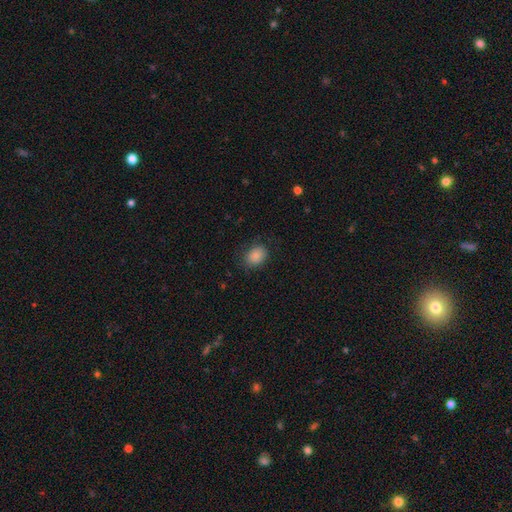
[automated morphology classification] Smooth or featured: smooth — 87% (star or artifact — 8%)
How rounded: in between — 63% (round — 36%)
Merging: none — 78% (minor disturbance — 16%)